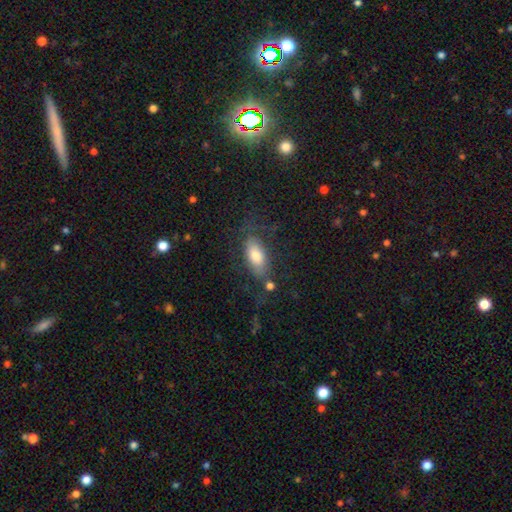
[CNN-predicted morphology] Q: Smooth or featured?
A: smooth (66%); runner-up: featured or disk (26%)
Q: How rounded?
A: in between (85%); runner-up: cigar-shaped (12%)
Q: Merging?
A: none (60%); runner-up: minor disturbance (19%)